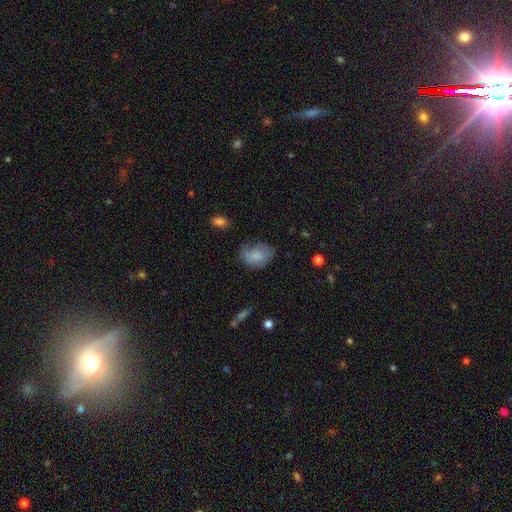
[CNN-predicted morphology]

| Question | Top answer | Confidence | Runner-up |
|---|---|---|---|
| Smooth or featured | smooth | 72% | featured or disk (20%) |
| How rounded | in between | 63% | round (36%) |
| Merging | none | 47% | minor disturbance (32%) |